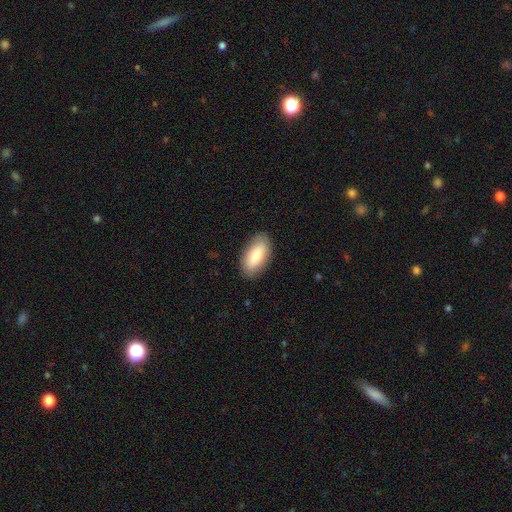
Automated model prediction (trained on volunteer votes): This is likely a smooth galaxy (78%). How rounded: clearly in between (90%). Merging: clearly none (88%).